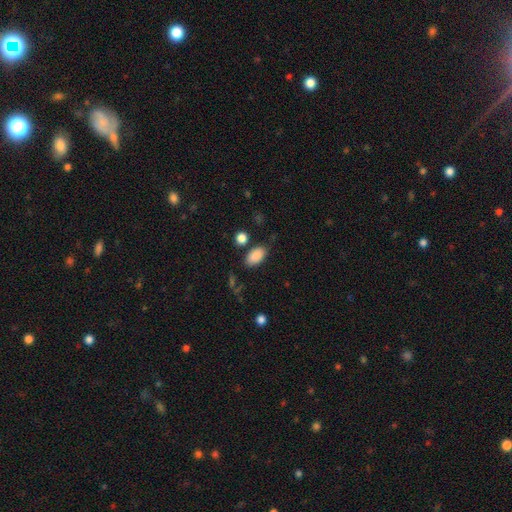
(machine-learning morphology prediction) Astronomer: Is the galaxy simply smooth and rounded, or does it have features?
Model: smooth — 88%.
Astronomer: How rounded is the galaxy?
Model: in between — 93%.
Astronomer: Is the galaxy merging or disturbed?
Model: none — 80%.